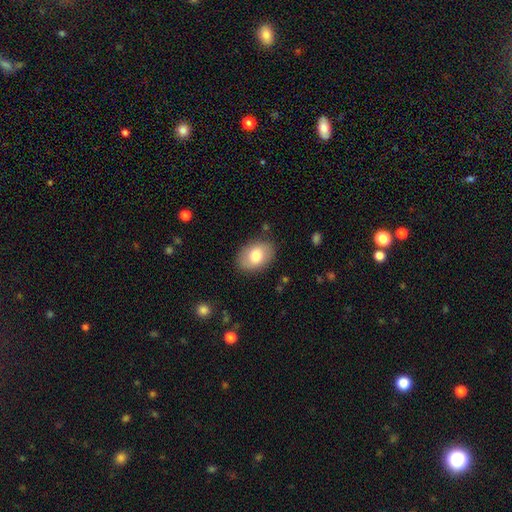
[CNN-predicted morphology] Smooth or featured? smooth (76%)
How rounded? in between (78%)
Merging? none (85%)